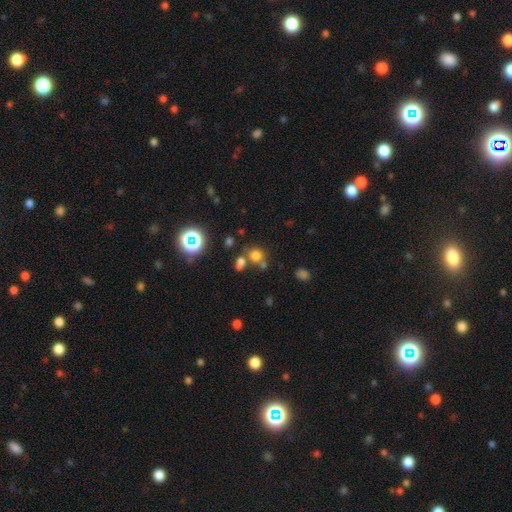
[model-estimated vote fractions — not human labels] Q: Smooth or featured?
A: smooth (67%); runner-up: star or artifact (25%)
Q: How rounded?
A: round (80%); runner-up: in between (19%)
Q: Merging?
A: none (58%); runner-up: merger (26%)